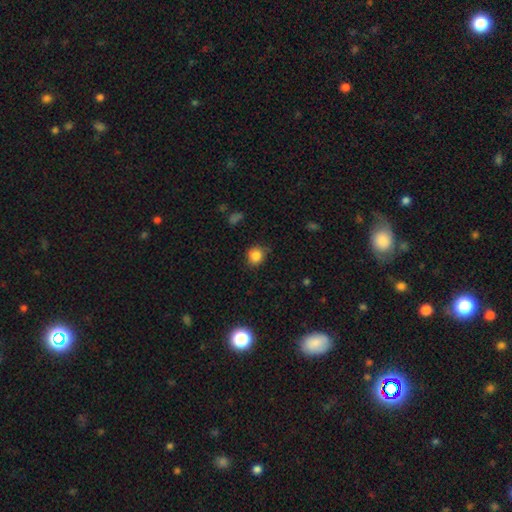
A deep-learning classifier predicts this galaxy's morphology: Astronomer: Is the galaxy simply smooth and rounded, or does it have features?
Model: smooth — 84%.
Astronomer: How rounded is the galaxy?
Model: round — 84%.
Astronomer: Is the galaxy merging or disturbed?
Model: none — 79%.